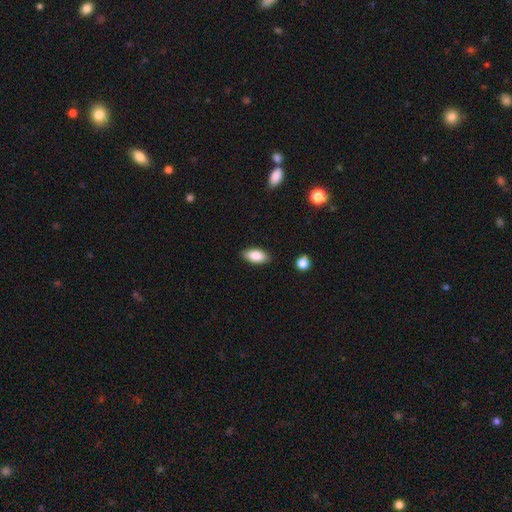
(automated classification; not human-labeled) Smooth or featured?
  - smooth: 85% *
  - featured or disk: 8%
  - star or artifact: 7%
How rounded?
  - in between: 90% *
  - cigar-shaped: 7%
  - round: 3%
Merging?
  - none: 88% *
  - minor disturbance: 9%
  - major disturbance: 2%
  - merger: 1%